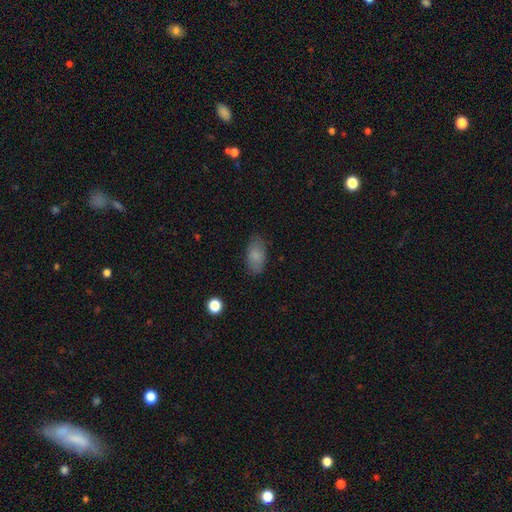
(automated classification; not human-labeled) Smooth or featured: smooth — 83% (featured or disk — 9%)
How rounded: in between — 92% (round — 4%)
Merging: none — 81% (minor disturbance — 14%)